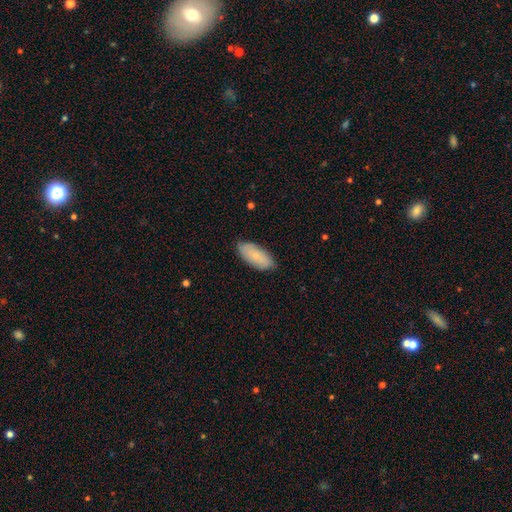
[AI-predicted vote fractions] A smooth galaxy with no disk features (78%) that is in between round and cigar-shaped (90%).

Vote fractions:
- Smooth or featured? smooth: 78% / featured or disk: 16% / star or artifact: 6%
- How rounded? in between: 90% / cigar-shaped: 8% / round: 2%
- Merging? none: 83% / minor disturbance: 14% / major disturbance: 2% / merger: 1%